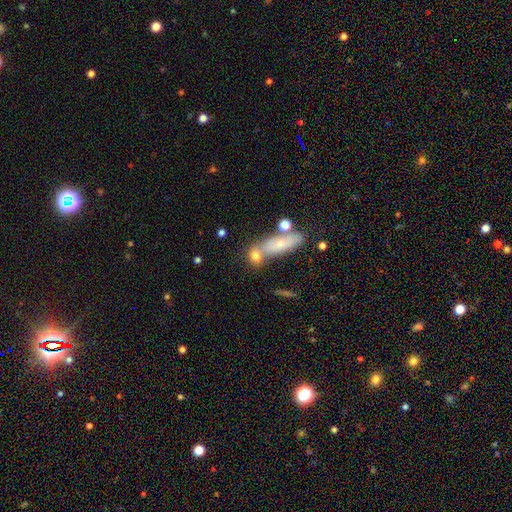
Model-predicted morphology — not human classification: The model was most divided on "how rounded": round: 43%, in between: 37%, cigar-shaped: 20%. Remaining: smooth or featured — smooth (71%); merging — none (50%).